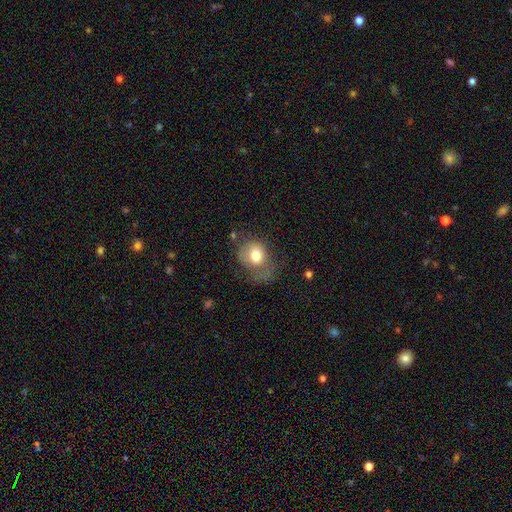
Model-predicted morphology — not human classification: A smooth galaxy with no disk features (73%) that is round (58%). Merging: major disturbance (39%).